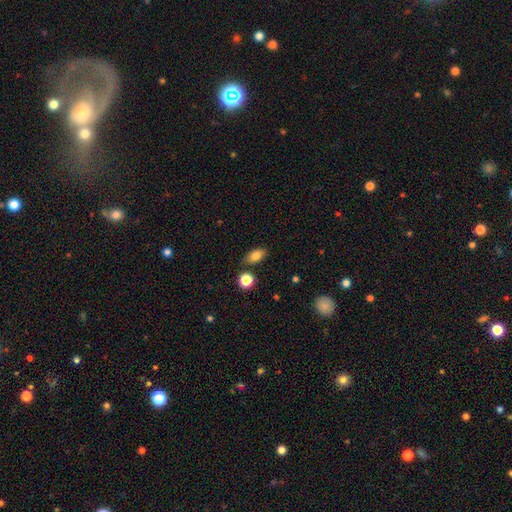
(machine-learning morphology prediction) type=smooth (81%); roundness=in between (84%); merging=none (82%).